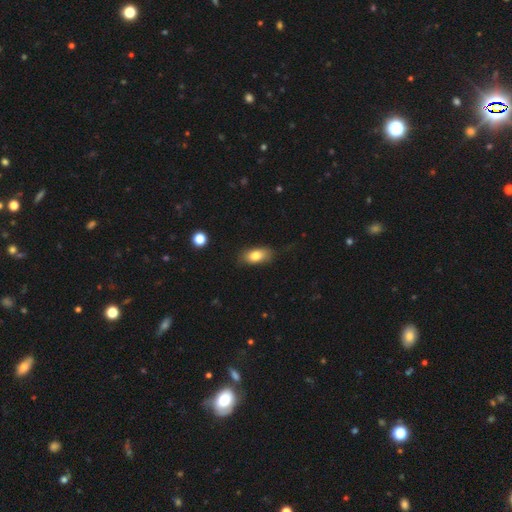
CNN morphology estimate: Overall: smooth (79%). How rounded: in between (88%). Merging: none (76%).